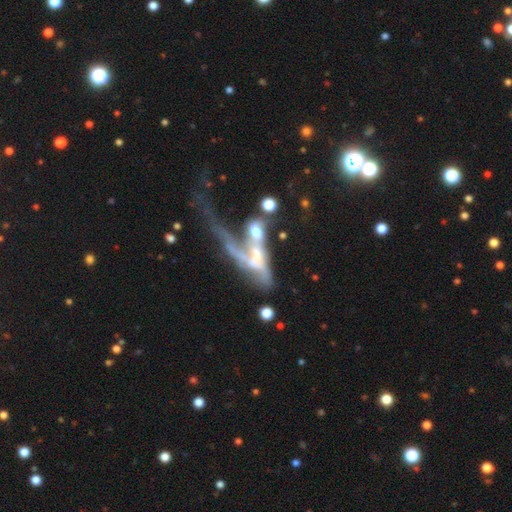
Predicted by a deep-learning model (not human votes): featured or disk 64%, smooth 25%, star or artifact 11%. Down the decision tree: edge-on disk — no (86%); bar — no (65%); spiral arms — no (54%); bulge size — none (35%); merging — merger (54%).